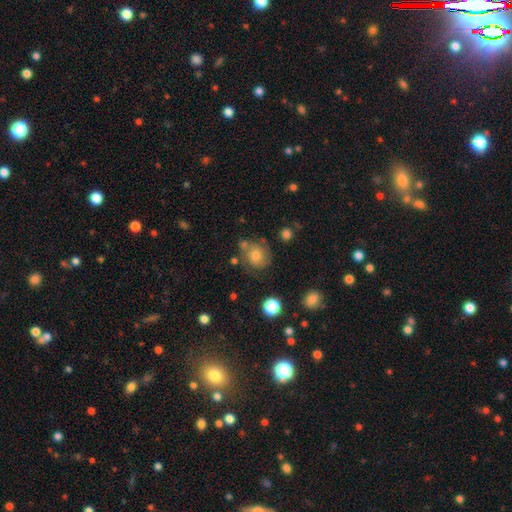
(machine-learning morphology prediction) smooth_or_featured: smooth (p=0.65) [alt: featured or disk p=0.24]
how_rounded: round (p=0.77) [alt: in between p=0.22]
merging: none (p=0.63) [alt: minor disturbance p=0.19]